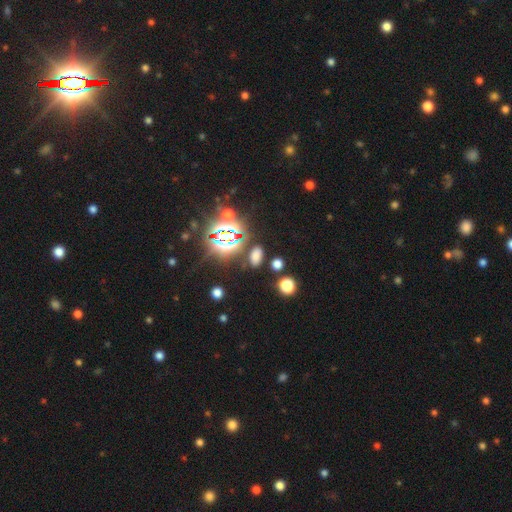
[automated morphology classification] This is possibly a smooth galaxy (58%). How rounded: clearly in between (87%). Merging: clearly none (81%).